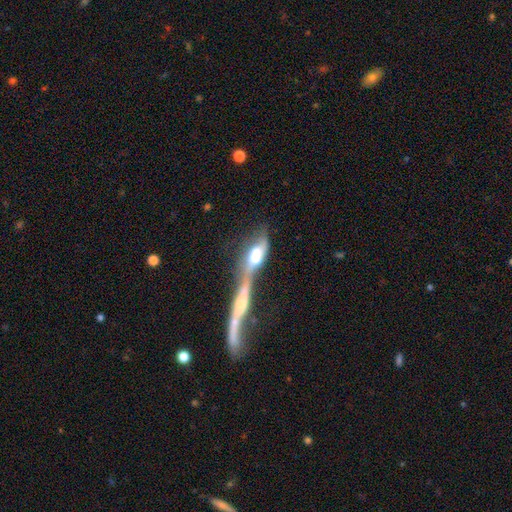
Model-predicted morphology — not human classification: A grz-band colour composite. It shows a smooth galaxy with no disk features (48%). Merging: merger (75%).